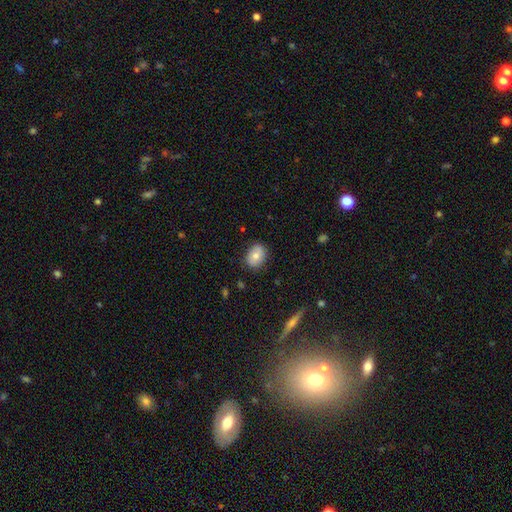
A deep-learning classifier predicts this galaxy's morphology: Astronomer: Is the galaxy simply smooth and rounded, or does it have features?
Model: smooth — 74%.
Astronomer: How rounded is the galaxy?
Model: in between — 63%.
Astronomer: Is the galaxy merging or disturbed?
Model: none — 84%.